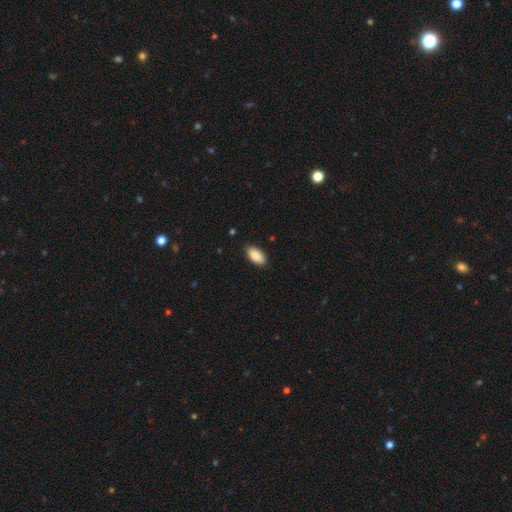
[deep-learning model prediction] This is clearly a smooth galaxy (90%). How rounded: clearly in between (94%). Merging: clearly none (86%).